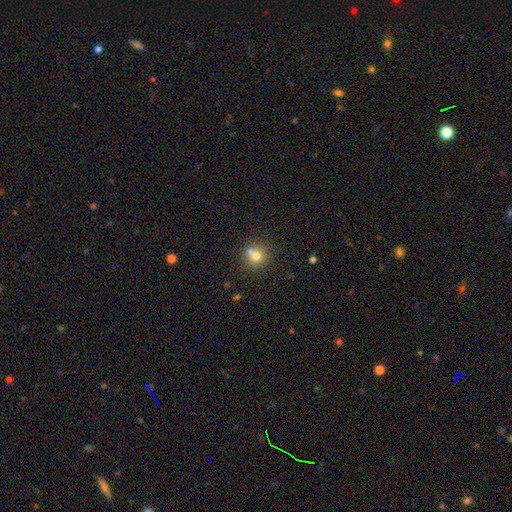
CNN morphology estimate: The model was most divided on "merging": none: 56%, merger: 33%, minor disturbance: 8%, major disturbance: 3%. More confident: how rounded — round (89%); smooth or featured — smooth (71%).